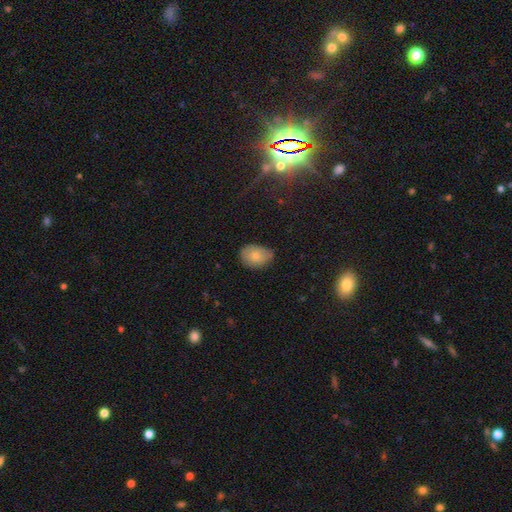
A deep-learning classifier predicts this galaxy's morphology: A smooth galaxy with no disk features (79%) that is in between round and cigar-shaped (75%). Merging: none (70%).